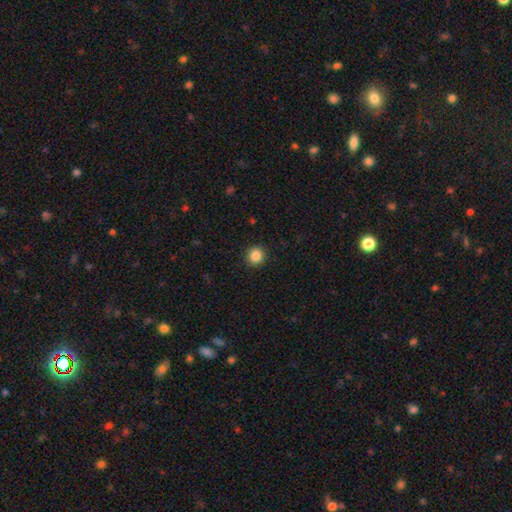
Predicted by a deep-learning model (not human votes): Smooth or featured? smooth (85%)
How rounded? round (90%)
Merging? none (91%)